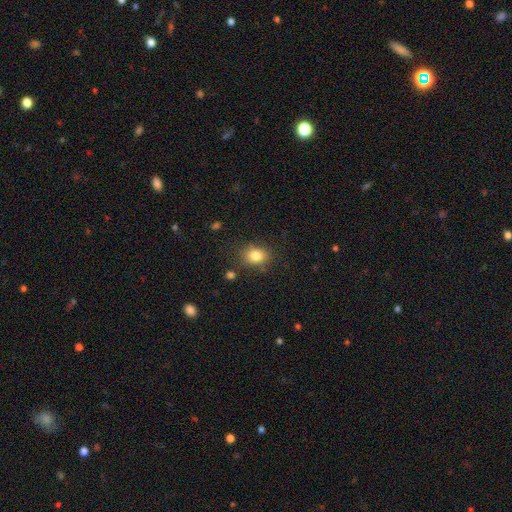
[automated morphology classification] A smooth galaxy with no disk features (82%) that is in between round and cigar-shaped (52%). Merging: none (79%).